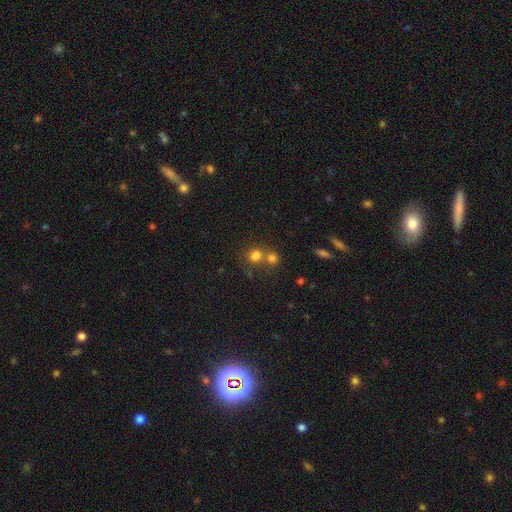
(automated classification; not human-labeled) Smooth or featured? smooth (76%)
How rounded? round (73%)
Merging? merger (46%)